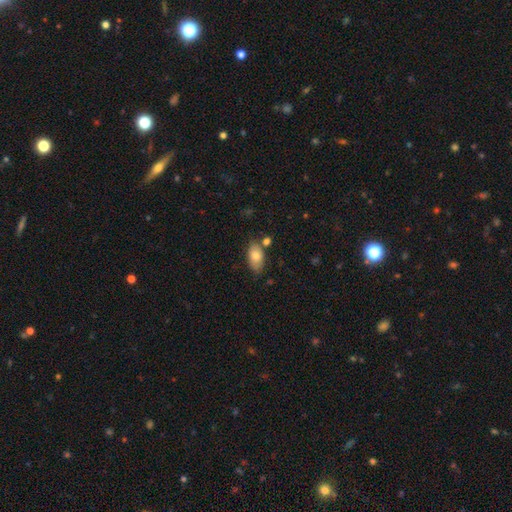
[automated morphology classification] The model was most divided on "merging": none: 69%, minor disturbance: 18%, merger: 9%, major disturbance: 4%. More confident: how rounded — in between (92%); smooth or featured — smooth (78%).